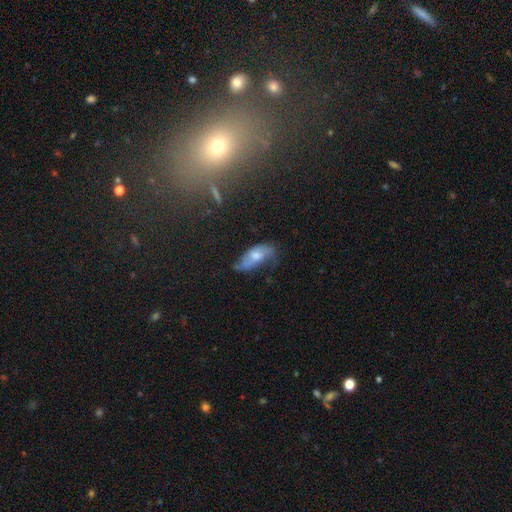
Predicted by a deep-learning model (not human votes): Smooth or featured: featured or disk — 48% (smooth — 43%)
Merging: none — 39% (minor disturbance — 34%)